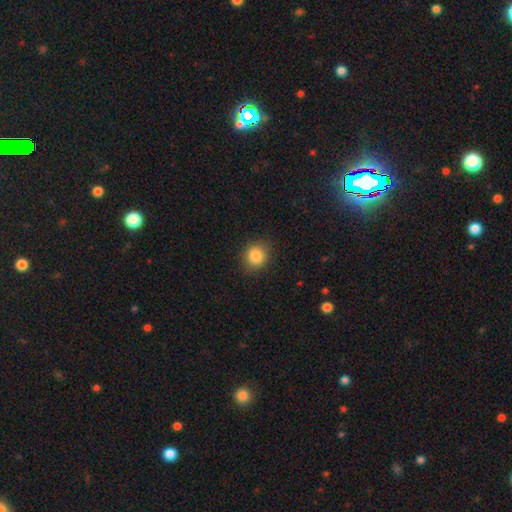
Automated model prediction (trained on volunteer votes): Q: Smooth or featured?
A: smooth (85%); runner-up: star or artifact (10%)
Q: How rounded?
A: round (78%); runner-up: in between (21%)
Q: Merging?
A: none (86%); runner-up: minor disturbance (10%)